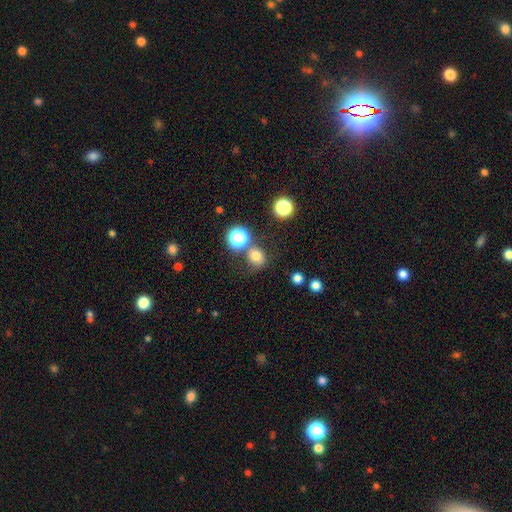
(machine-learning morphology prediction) A smooth galaxy with no disk features (73%) that is round (77%).

Vote fractions:
- Smooth or featured? smooth: 73% / star or artifact: 19% / featured or disk: 8%
- How rounded? round: 77% / in between: 22% / cigar-shaped: 1%
- Merging? none: 69% / minor disturbance: 14% / merger: 12% / major disturbance: 6%